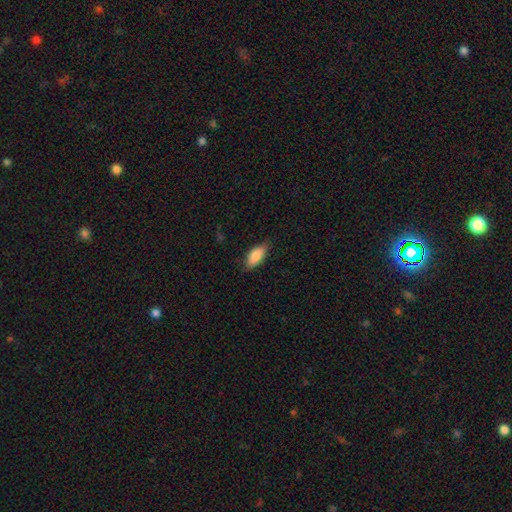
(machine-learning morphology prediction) Smooth or featured?
  - smooth: 85% *
  - featured or disk: 8%
  - star or artifact: 6%
How rounded?
  - in between: 85% *
  - cigar-shaped: 13%
  - round: 2%
Merging?
  - none: 80% *
  - minor disturbance: 16%
  - major disturbance: 3%
  - merger: 1%